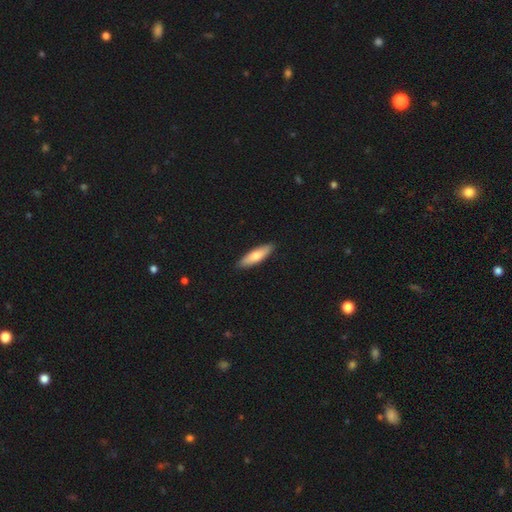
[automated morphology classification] This appears to be a smooth galaxy with no disk features (71%) that is cigar-shaped (61%). Merging: none (90%).